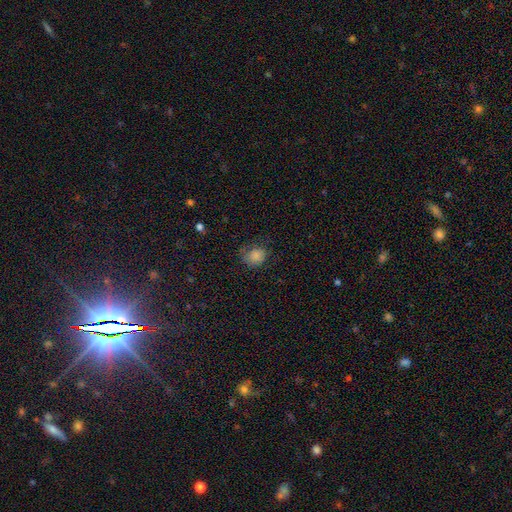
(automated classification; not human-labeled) This is clearly a smooth galaxy (84%). How rounded: likely round (69%). Merging: likely none (65%).